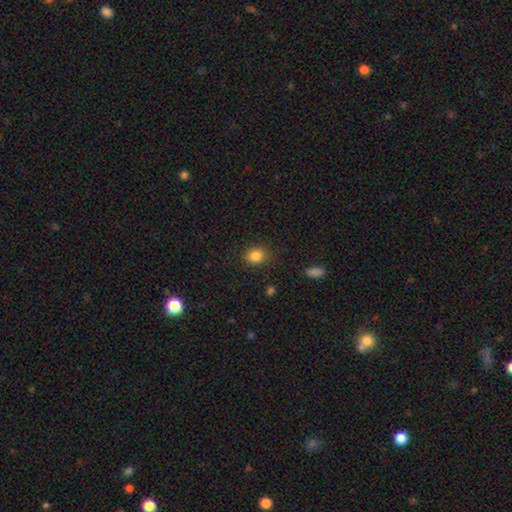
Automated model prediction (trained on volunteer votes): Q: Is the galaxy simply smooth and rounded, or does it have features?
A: smooth — 84%.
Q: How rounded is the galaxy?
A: round — 60%.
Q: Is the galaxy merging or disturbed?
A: none — 86%.